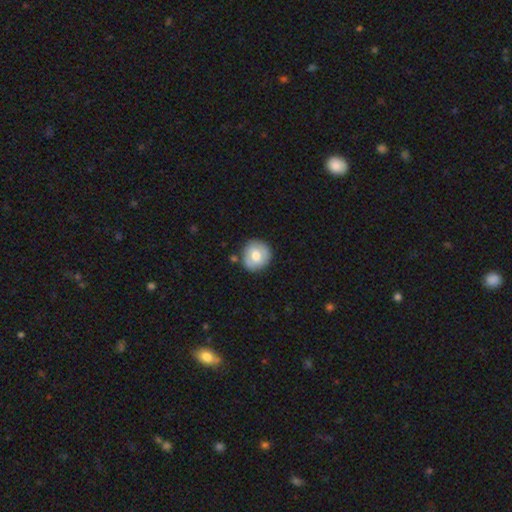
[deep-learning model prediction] This appears to be a smooth galaxy with no disk features (66%) that is round (85%). Merging: none (81%).